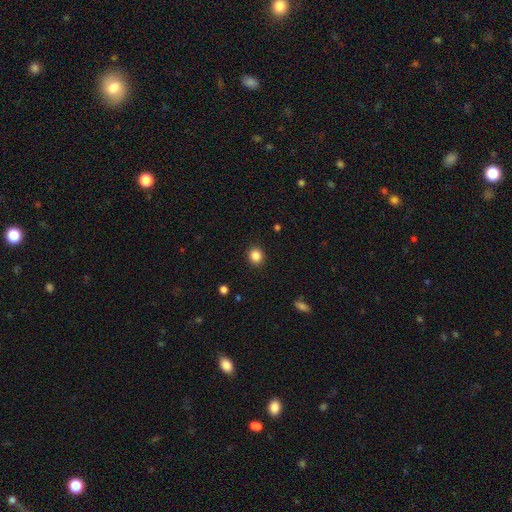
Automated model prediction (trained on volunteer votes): This is clearly a smooth galaxy (85%). How rounded: clearly round (81%). Merging: clearly none (91%).